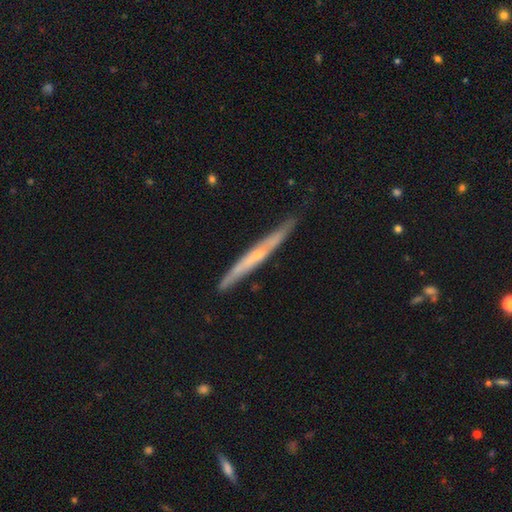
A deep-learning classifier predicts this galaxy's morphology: This is likely a featured or disk galaxy (64%). It is clearly viewed edge-on (94%). Edge-on bulge: possibly none (54%). Merging: clearly none (85%).